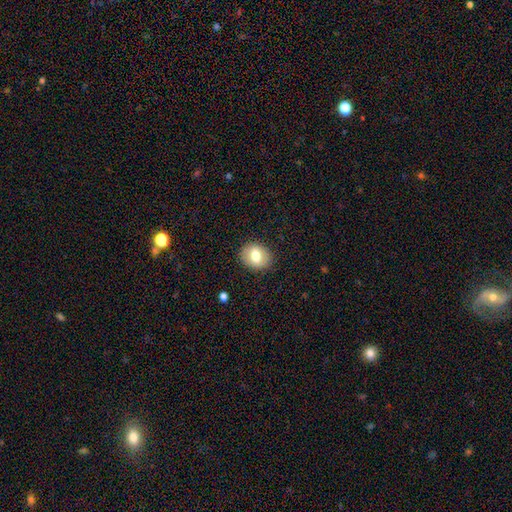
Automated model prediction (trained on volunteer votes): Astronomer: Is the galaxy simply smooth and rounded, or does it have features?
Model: smooth — 73%.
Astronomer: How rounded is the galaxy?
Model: in between — 52% (runner-up: round, 47%).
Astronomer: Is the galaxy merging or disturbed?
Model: none — 87%.